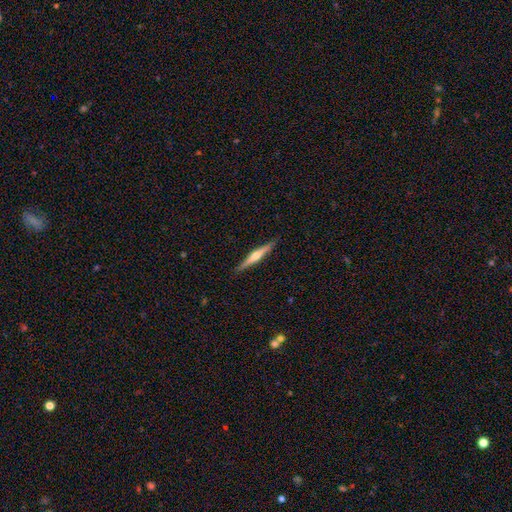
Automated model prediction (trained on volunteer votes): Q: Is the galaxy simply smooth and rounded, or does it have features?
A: featured or disk — 69%.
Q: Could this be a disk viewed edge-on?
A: yes — 98%.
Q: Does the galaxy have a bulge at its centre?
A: rounded — 86%.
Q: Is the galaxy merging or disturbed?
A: none — 90%.